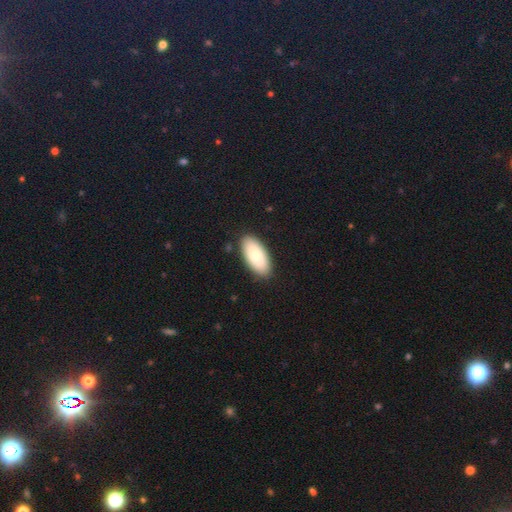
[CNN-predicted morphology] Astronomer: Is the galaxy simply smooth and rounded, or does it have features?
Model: smooth — 82%.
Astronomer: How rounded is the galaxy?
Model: in between — 93%.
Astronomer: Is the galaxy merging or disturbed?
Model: none — 87%.